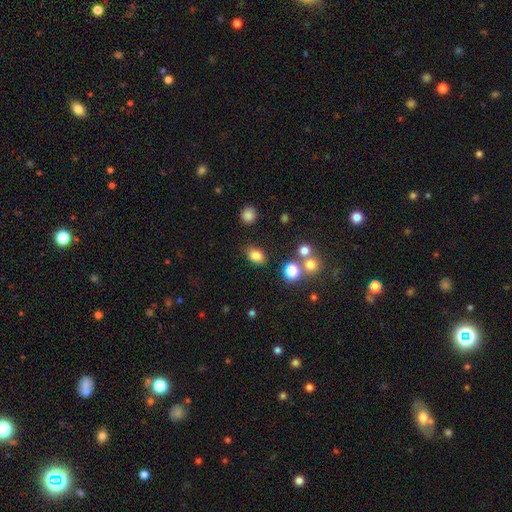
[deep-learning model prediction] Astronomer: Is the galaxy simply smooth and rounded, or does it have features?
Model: smooth — 82%.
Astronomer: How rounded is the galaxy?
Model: in between — 74%.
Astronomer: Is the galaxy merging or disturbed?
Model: none — 79%.